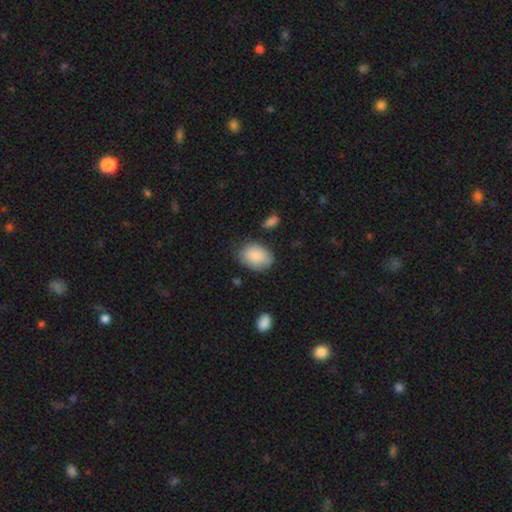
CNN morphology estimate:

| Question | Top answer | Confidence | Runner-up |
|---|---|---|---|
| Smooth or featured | smooth | 84% | featured or disk (10%) |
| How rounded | in between | 83% | round (16%) |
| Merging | none | 74% | minor disturbance (19%) |